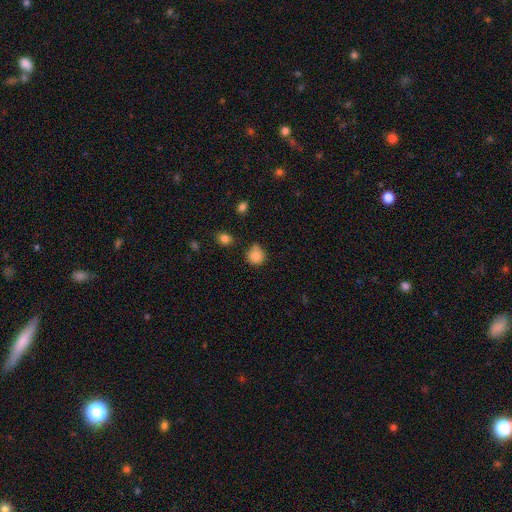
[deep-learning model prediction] Overall: smooth (83%). How rounded: round (89%). Merging: none (67%).